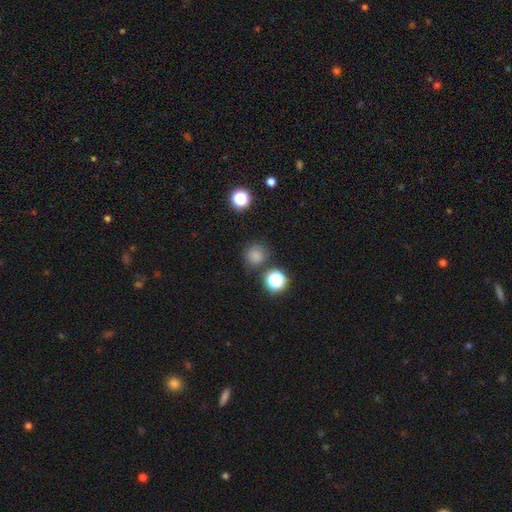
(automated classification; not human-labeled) Smooth or featured? Predicted: smooth (p=0.77). How rounded? Predicted: round (p=0.90). Merging? Predicted: none (p=0.79).